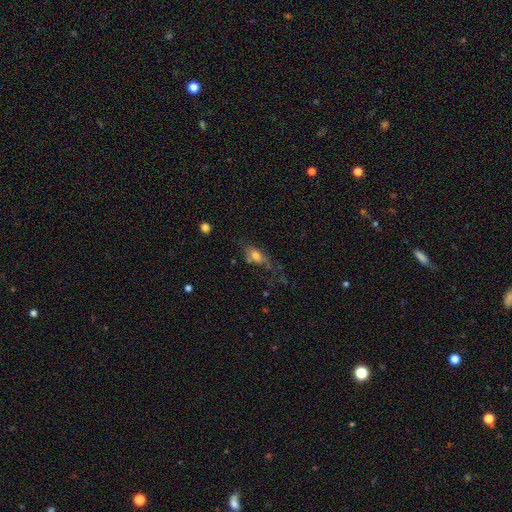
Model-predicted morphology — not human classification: Q: Smooth or featured?
A: smooth (63%); runner-up: featured or disk (27%)
Q: How rounded?
A: in between (78%); runner-up: cigar-shaped (14%)
Q: Merging?
A: none (42%); runner-up: major disturbance (27%)